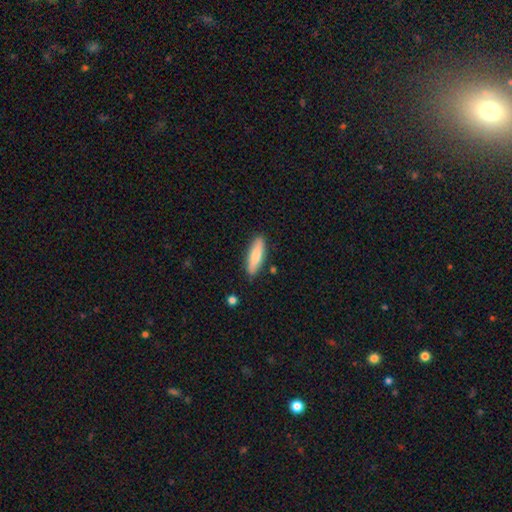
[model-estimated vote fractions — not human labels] smooth_or_featured: smooth (p=0.79) [alt: featured or disk p=0.16]
how_rounded: cigar-shaped (p=0.61) [alt: in between p=0.37]
merging: none (p=0.85) [alt: minor disturbance p=0.11]